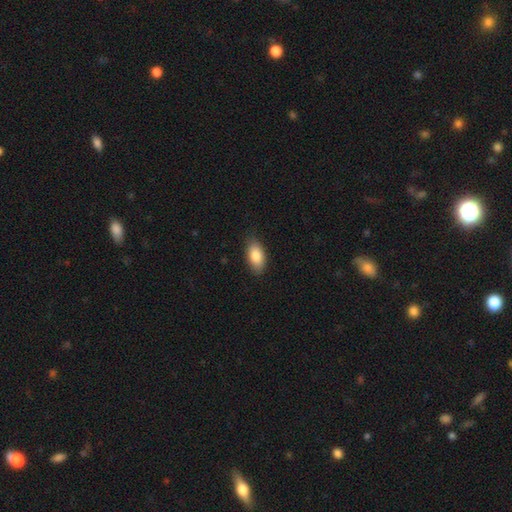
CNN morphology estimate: A smooth galaxy with no disk features (85%) that is in between round and cigar-shaped (92%). Merging: none (84%).